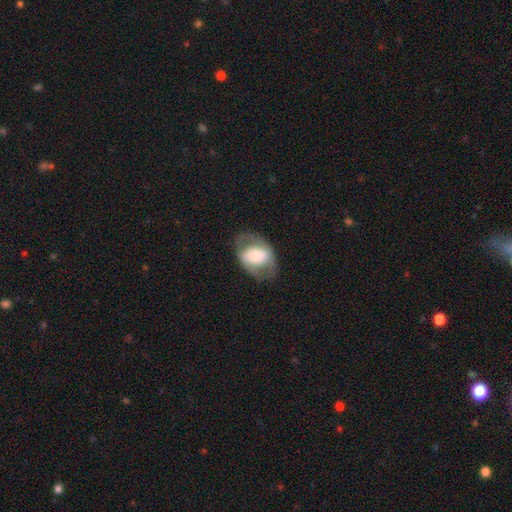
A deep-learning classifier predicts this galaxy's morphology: featured or disk 52%, smooth 42%, star or artifact 6%. Down the decision tree: edge-on disk — no (93%); merging — none (69%).